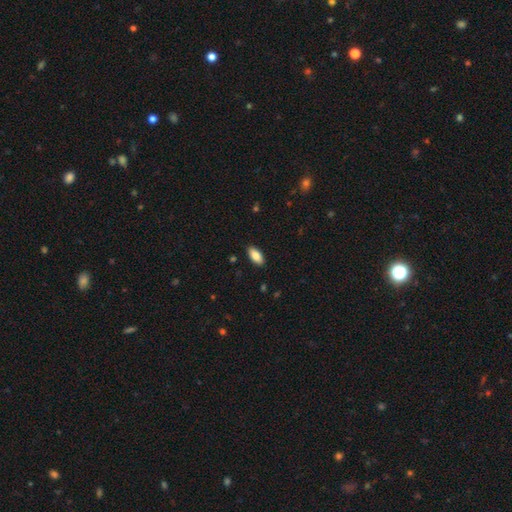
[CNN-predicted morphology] smooth_or_featured: smooth (p=0.85) [alt: featured or disk p=0.08]
how_rounded: in between (p=0.90) [alt: cigar-shaped p=0.08]
merging: none (p=0.89) [alt: minor disturbance p=0.08]